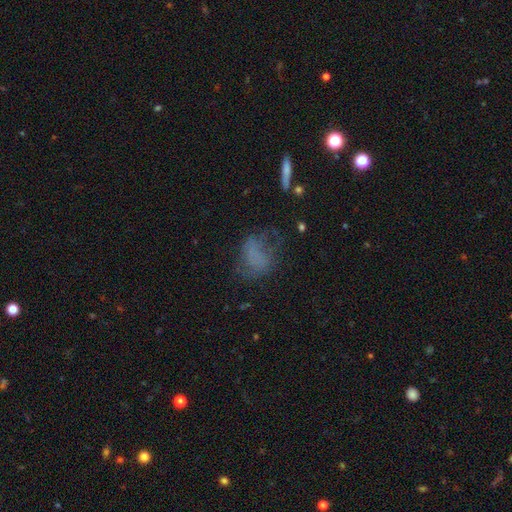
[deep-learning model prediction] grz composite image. It shows a smooth galaxy with no disk features (50%). Merging: none (44%).